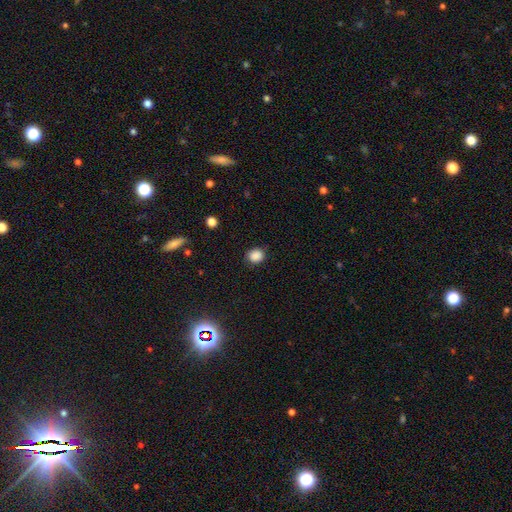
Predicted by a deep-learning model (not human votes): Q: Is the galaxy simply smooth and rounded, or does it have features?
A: smooth — 87%.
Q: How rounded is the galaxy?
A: round — 70%.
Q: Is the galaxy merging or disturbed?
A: none — 86%.